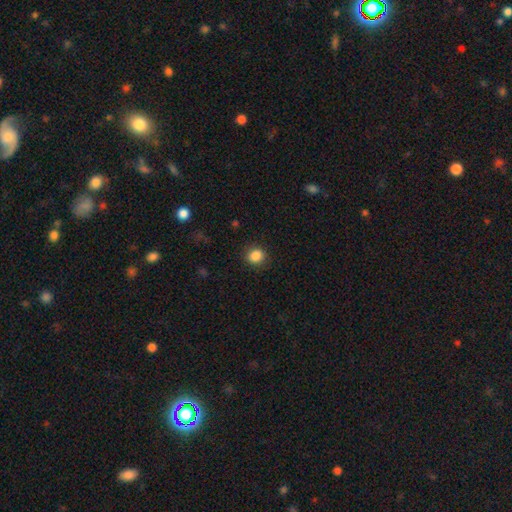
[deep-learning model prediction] This is clearly a smooth galaxy (87%). How rounded: clearly round (83%). Merging: clearly none (89%).